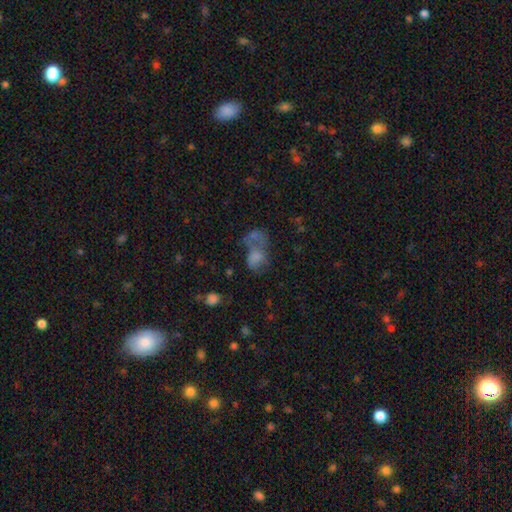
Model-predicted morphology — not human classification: A smooth galaxy with no disk features (59%) that is in between round and cigar-shaped (72%).

Vote fractions:
- Smooth or featured? smooth: 59% / featured or disk: 25% / star or artifact: 16%
- How rounded? in between: 72% / round: 26% / cigar-shaped: 2%
- Merging? merger: 45% / major disturbance: 25% / none: 18% / minor disturbance: 12%